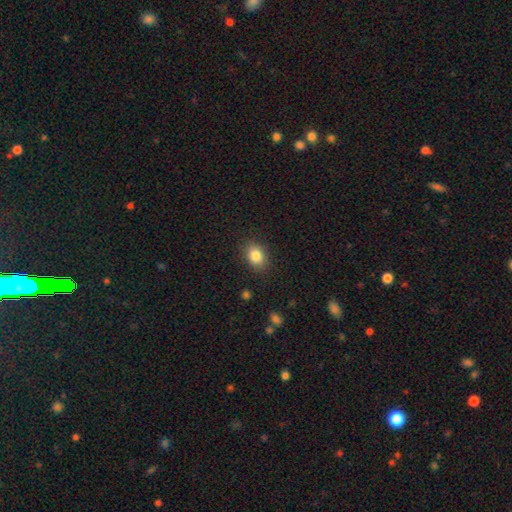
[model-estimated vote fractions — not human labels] The model was most divided on "how rounded": in between: 65%, round: 34%, cigar-shaped: 1%. More confident: merging — none (86%); smooth or featured — smooth (84%).